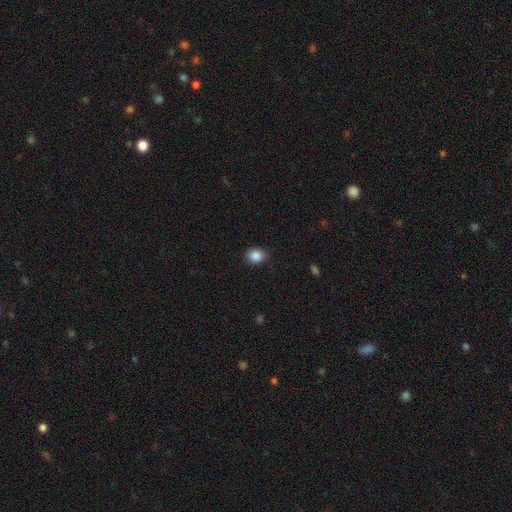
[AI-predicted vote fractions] This appears to be a smooth galaxy with no disk features (87%) that is round (67%). Merging: none (83%).